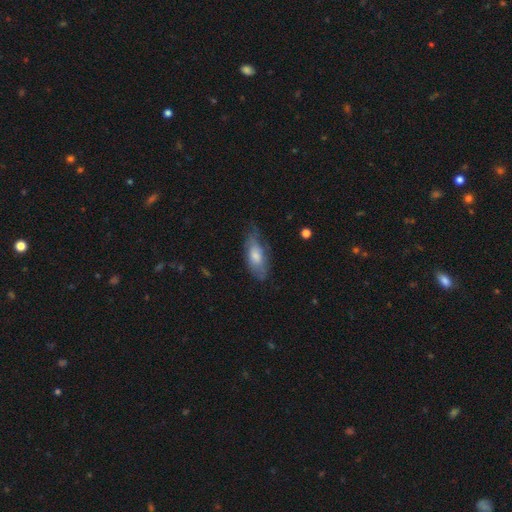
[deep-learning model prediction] Smooth or featured?
  - smooth: 65% *
  - featured or disk: 29%
  - star or artifact: 6%
How rounded?
  - in between: 82% *
  - cigar-shaped: 15%
  - round: 3%
Merging?
  - none: 50% *
  - minor disturbance: 35%
  - major disturbance: 14%
  - merger: 2%